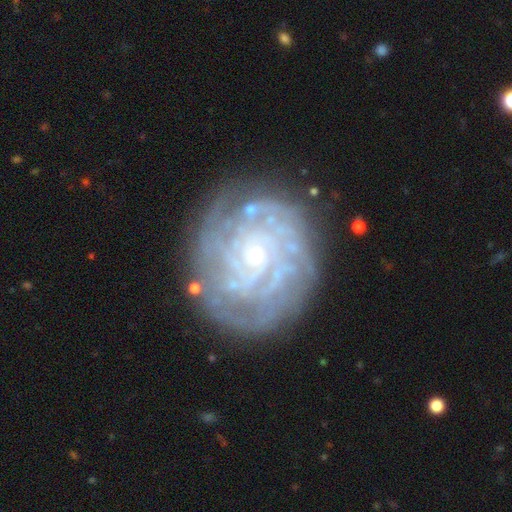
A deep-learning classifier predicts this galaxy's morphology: Smooth or featured: featured or disk — 86% (smooth — 8%)
Edge-on disk: no — 97% (yes — 3%)
Bar: no — 76% (weak — 19%)
Spiral arms: yes — 95% (no — 5%)
Spiral winding: tight — 81% (medium — 15%)
Spiral arm count: can't tell — 35% (4 — 19%)
Bulge size: small — 81% (moderate — 14%)
Merging: none — 78% (minor disturbance — 14%)